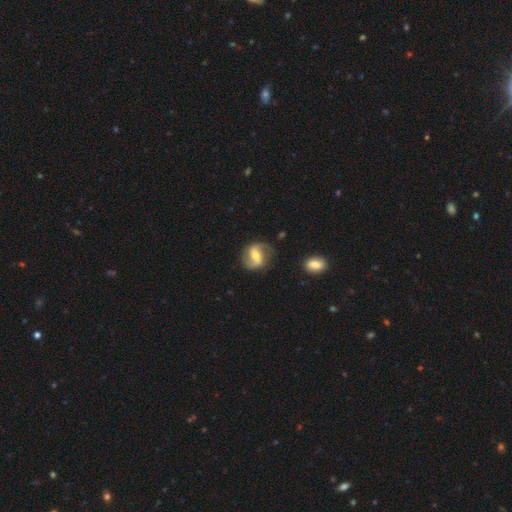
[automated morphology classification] featured or disk 77%, smooth 17%, star or artifact 6%. Down the decision tree: edge-on disk — no (97%); bar — weak (41%); spiral arms — yes (91%); spiral arm count — 2 (90%); spiral winding — loose (43%); bulge size — moderate (56%); merging — none (78%).